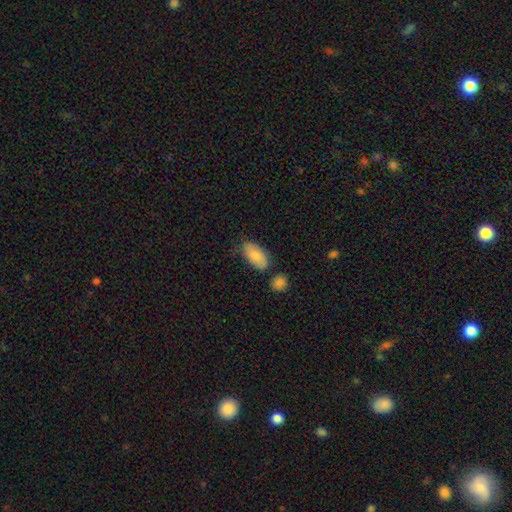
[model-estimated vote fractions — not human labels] Smooth or featured? Predicted: smooth (p=0.85). How rounded? Predicted: in between (p=0.93). Merging? Predicted: none (p=0.66).